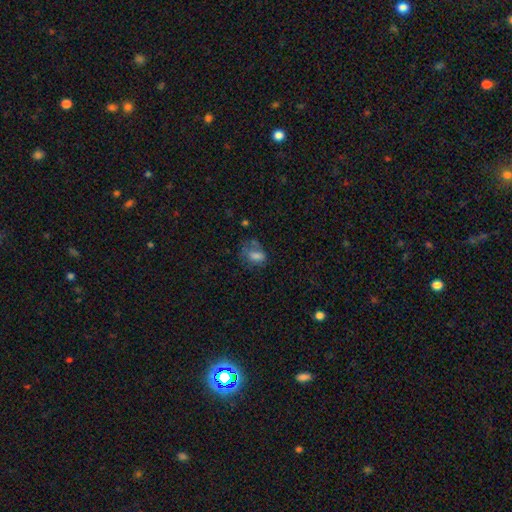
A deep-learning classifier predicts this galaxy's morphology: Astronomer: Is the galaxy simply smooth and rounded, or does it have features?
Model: smooth — 70%.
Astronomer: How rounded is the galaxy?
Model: in between — 77%.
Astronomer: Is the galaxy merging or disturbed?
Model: none — 36% (runner-up: major disturbance, 28%).